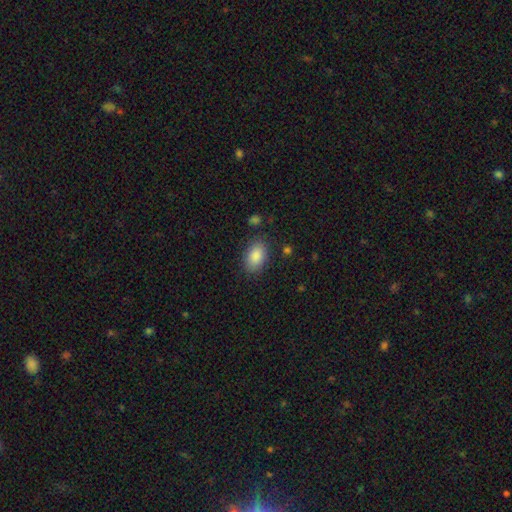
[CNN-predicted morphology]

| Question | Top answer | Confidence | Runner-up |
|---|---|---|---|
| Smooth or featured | smooth | 88% | star or artifact (7%) |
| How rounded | in between | 90% | round (8%) |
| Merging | none | 84% | minor disturbance (11%) |